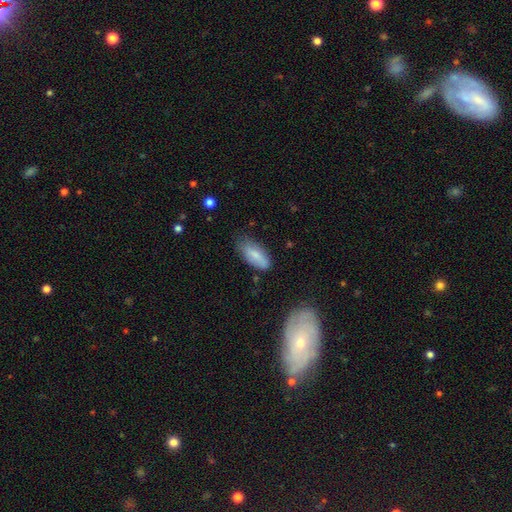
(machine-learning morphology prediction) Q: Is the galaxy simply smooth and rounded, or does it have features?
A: smooth — 78%.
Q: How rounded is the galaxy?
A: in between — 79%.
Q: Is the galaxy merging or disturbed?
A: none — 66%.